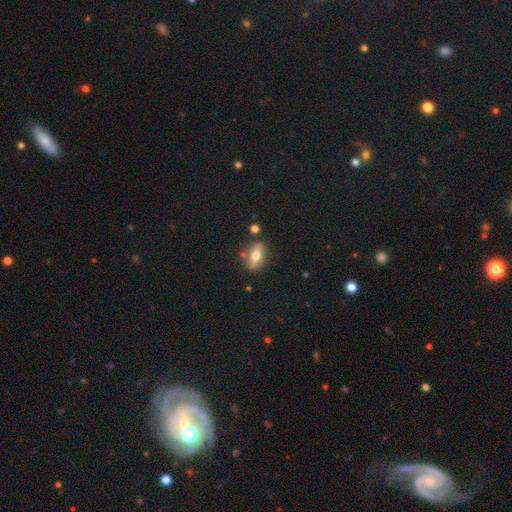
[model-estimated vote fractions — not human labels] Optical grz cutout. It shows a smooth galaxy with no disk features (53%) that is in between round and cigar-shaped (75%). Merging: none (77%).